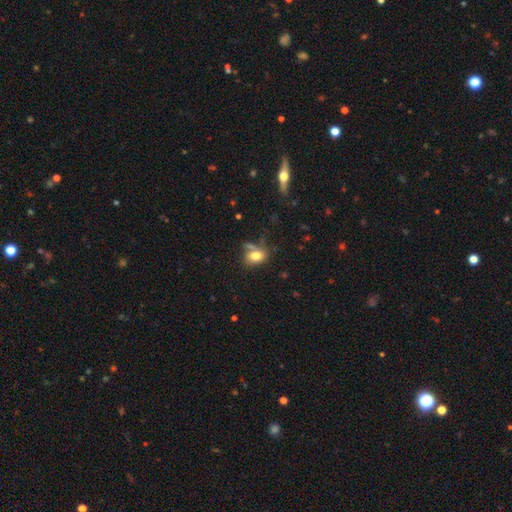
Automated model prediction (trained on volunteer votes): Smooth or featured? smooth (77%)
How rounded? in between (74%)
Merging? none (53%)